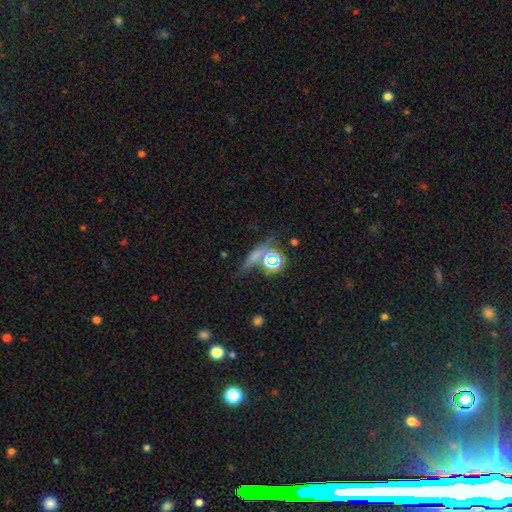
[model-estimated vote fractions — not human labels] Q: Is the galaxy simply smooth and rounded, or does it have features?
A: smooth — 40%.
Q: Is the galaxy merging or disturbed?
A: none — 58%.